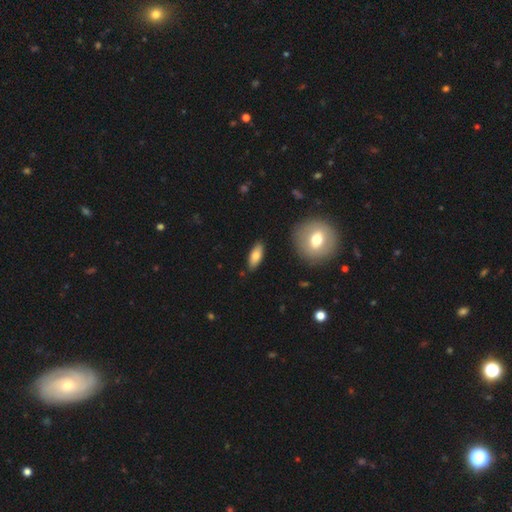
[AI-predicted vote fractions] This is likely a smooth galaxy (77%). How rounded: likely in between (78%). Merging: clearly none (87%).